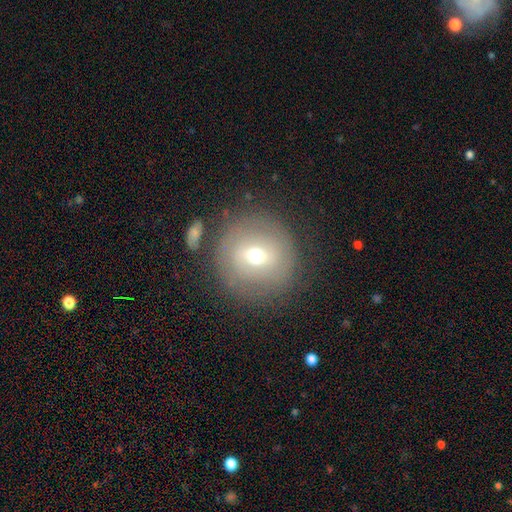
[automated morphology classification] This appears to be a smooth galaxy with no disk features (51%) that is round (94%). Merging: none (79%).